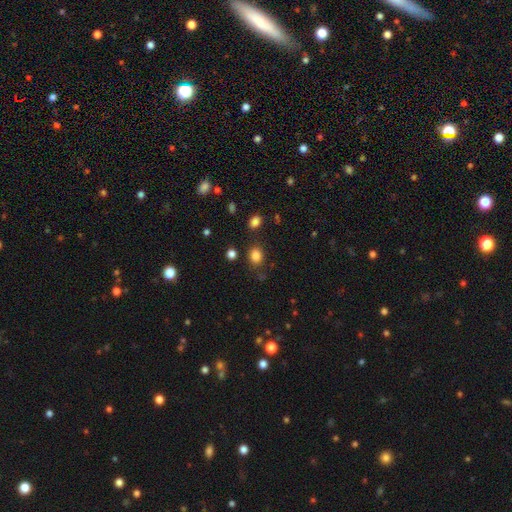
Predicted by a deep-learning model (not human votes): A smooth galaxy with no disk features (82%) that is round (59%). Merging: none (80%).